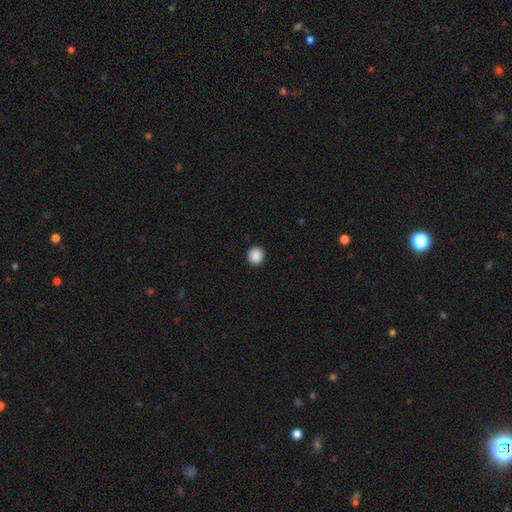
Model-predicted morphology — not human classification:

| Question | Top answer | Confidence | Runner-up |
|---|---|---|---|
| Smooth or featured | smooth | 89% | star or artifact (9%) |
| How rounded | round | 89% | in between (10%) |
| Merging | none | 93% | minor disturbance (5%) |